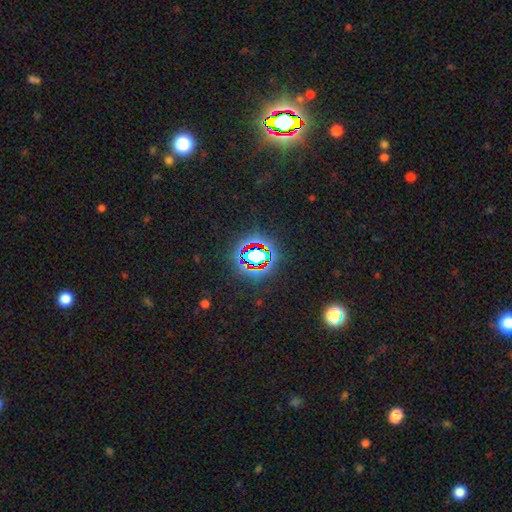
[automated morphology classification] The model was most divided on "smooth or featured": star or artifact: 71%, smooth: 18%, featured or disk: 11%.